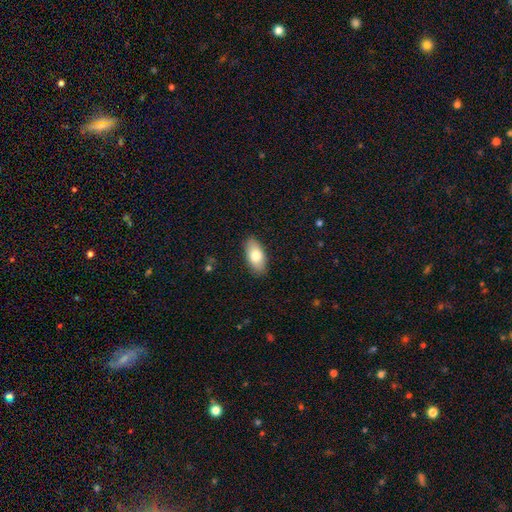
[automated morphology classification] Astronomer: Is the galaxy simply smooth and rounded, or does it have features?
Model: smooth — 78%.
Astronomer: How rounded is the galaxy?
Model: in between — 92%.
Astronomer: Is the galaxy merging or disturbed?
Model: none — 87%.